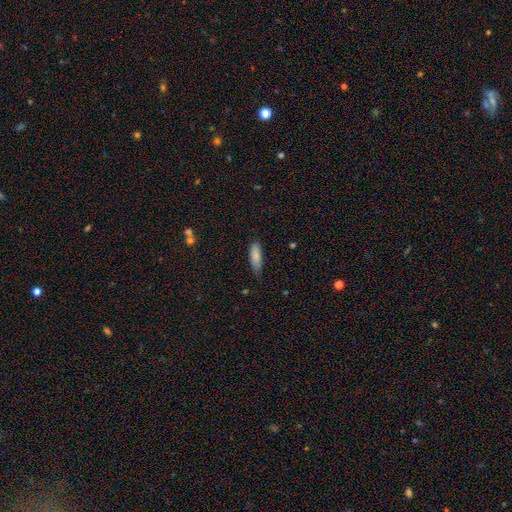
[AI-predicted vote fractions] smooth 83%, featured or disk 10%, star or artifact 7%. Down the decision tree: how rounded — in between (60%); merging — none (64%).